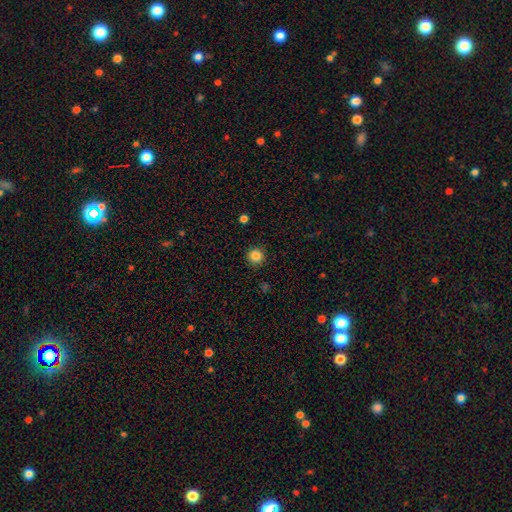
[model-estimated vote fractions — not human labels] smooth-or-featured: smooth: 85% | star or artifact: 11% | featured or disk: 4%
  how-rounded: round: 94% | in between: 5% | cigar-shaped: 1%
  merging: none: 91% | minor disturbance: 6% | major disturbance: 2% | merger: 1%